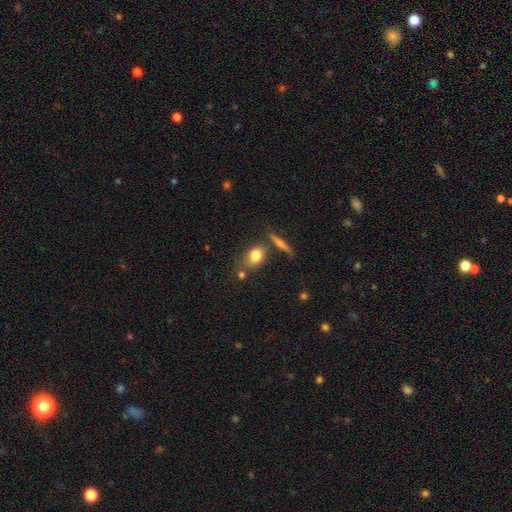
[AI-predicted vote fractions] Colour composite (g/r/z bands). It shows a smooth galaxy with no disk features (79%) that is in between round and cigar-shaped (63%). Merging: none (62%).